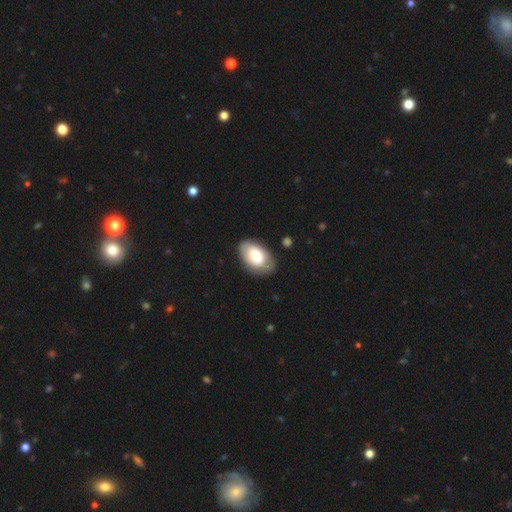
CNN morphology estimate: Smooth or featured: smooth — 72% (featured or disk — 21%)
How rounded: in between — 93% (round — 6%)
Merging: none — 75% (minor disturbance — 19%)